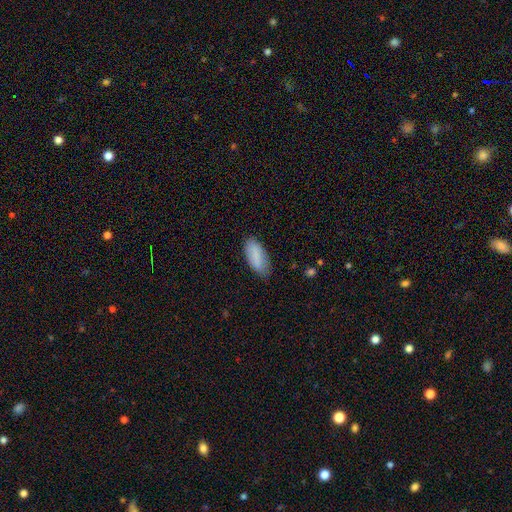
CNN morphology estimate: Smooth or featured: smooth — 84% (featured or disk — 10%)
How rounded: in between — 86% (cigar-shaped — 12%)
Merging: none — 78% (minor disturbance — 18%)